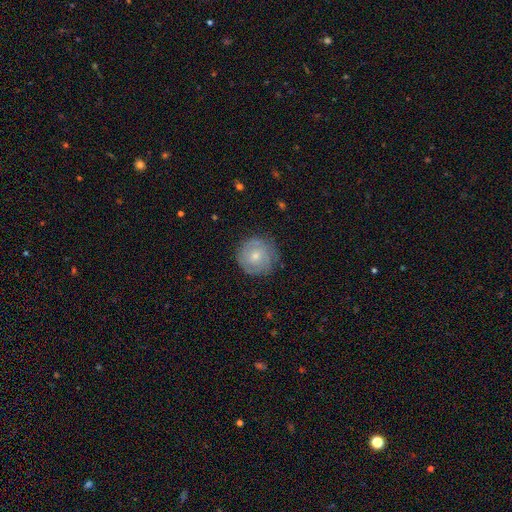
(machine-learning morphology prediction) type=featured or disk (48%); merging=none (78%).